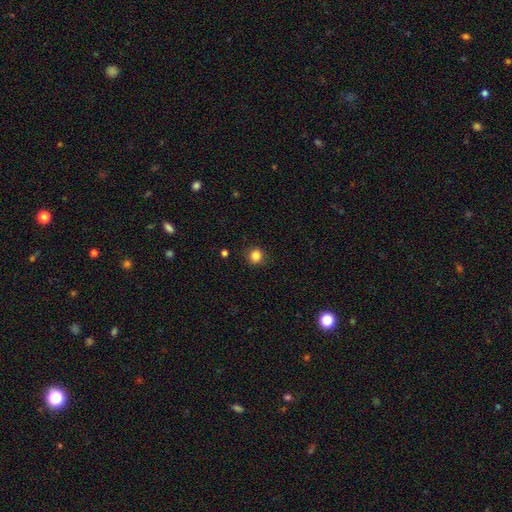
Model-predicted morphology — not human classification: Smooth or featured?
  - smooth: 84% *
  - star or artifact: 12%
  - featured or disk: 4%
How rounded?
  - round: 91% *
  - in between: 8%
  - cigar-shaped: 1%
Merging?
  - none: 90% *
  - minor disturbance: 7%
  - major disturbance: 2%
  - merger: 1%